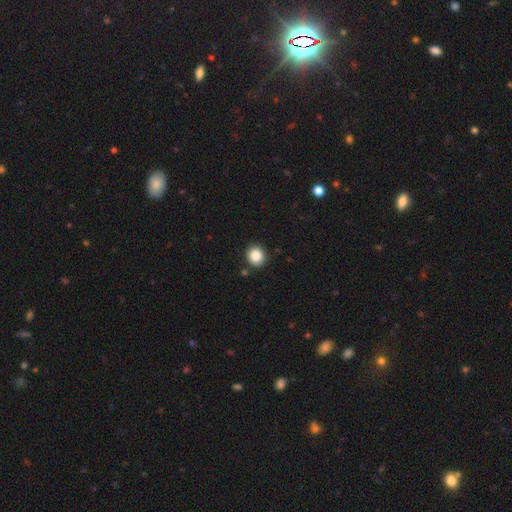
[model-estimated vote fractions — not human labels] Smooth or featured?
  - smooth: 87% *
  - star or artifact: 9%
  - featured or disk: 4%
How rounded?
  - round: 85% *
  - in between: 14%
  - cigar-shaped: 1%
Merging?
  - none: 89% *
  - minor disturbance: 7%
  - merger: 2%
  - major disturbance: 2%